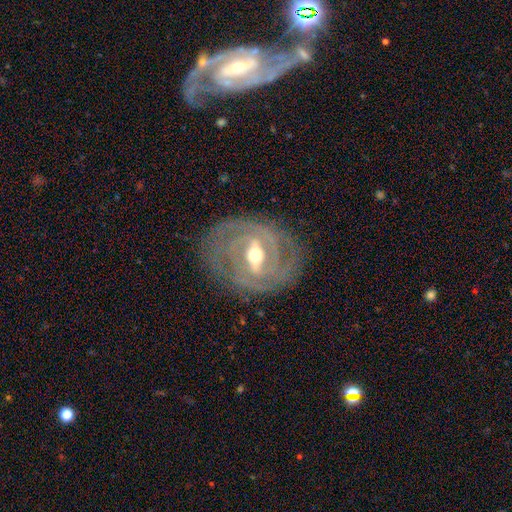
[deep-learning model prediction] Smooth or featured: featured or disk — 89% (smooth — 6%)
Edge-on disk: no — 94% (yes — 6%)
Bar: strong — 60% (weak — 32%)
Spiral arms: yes — 94% (no — 6%)
Spiral winding: tight — 73% (medium — 23%)
Spiral arm count: 2 — 30% (can't tell — 24%)
Bulge size: moderate — 71% (small — 21%)
Merging: none — 79% (minor disturbance — 15%)